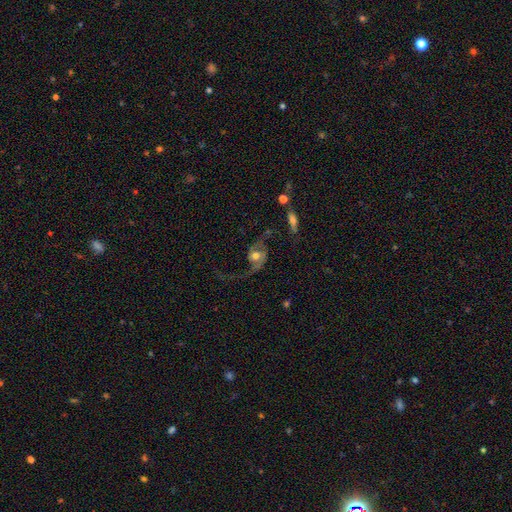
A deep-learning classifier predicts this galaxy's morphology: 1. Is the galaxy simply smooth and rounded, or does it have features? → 80% featured or disk, 13% smooth, 7% star or artifact.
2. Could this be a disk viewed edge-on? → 95% no, 5% yes.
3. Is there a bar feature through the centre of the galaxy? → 65% no, 27% weak, 8% strong.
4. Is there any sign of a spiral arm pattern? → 92% yes, 8% no.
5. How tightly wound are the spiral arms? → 78% loose, 18% medium, 4% tight.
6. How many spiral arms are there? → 82% 2, 13% 1, 2% can't tell, 1% 3, 1% 4, 1% more than 4.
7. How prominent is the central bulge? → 68% moderate, 16% large, 12% small, 2% dominant, 2% none.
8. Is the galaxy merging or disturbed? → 46% none, 32% major disturbance, 16% minor disturbance, 6% merger.